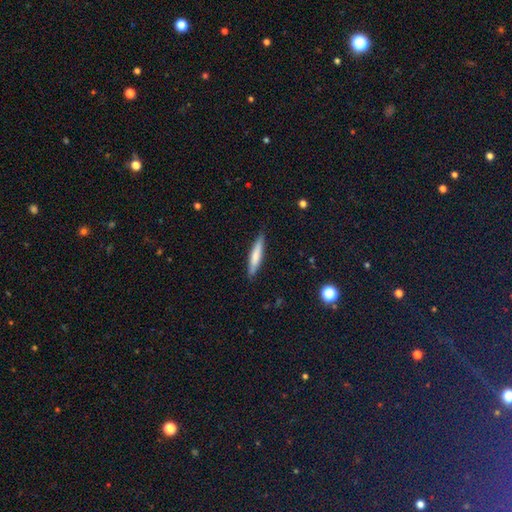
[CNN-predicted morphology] The model was most divided on "smooth or featured": smooth: 69%, featured or disk: 26%, star or artifact: 6%. More confident: how rounded — cigar-shaped (90%); merging — none (87%).